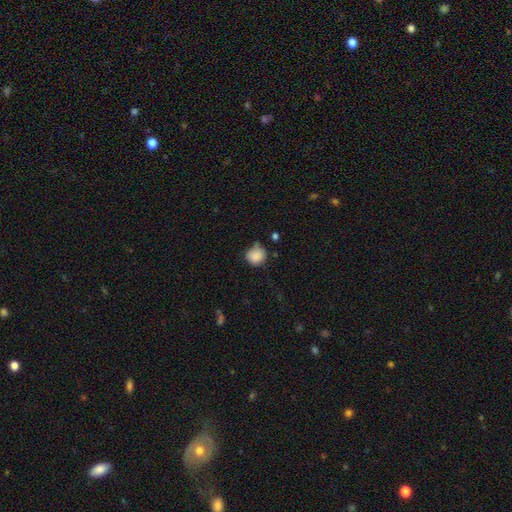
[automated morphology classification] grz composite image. It shows a smooth galaxy with no disk features (87%) that is round (85%). Merging: none (61%).